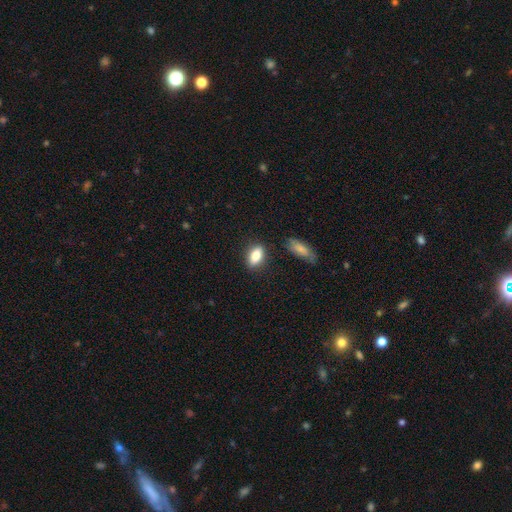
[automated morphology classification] The model was most divided on "smooth or featured": smooth: 82%, featured or disk: 11%, star or artifact: 7%. More confident: how rounded — in between (84%); merging — none (83%).